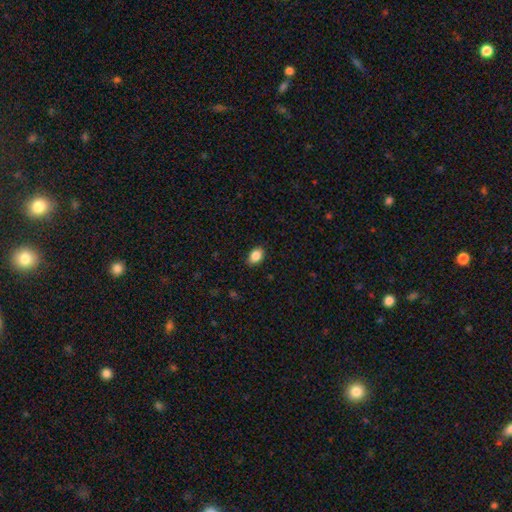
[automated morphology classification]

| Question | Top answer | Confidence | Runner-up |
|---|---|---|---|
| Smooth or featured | smooth | 87% | star or artifact (8%) |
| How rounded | in between | 83% | round (16%) |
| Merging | none | 87% | minor disturbance (10%) |